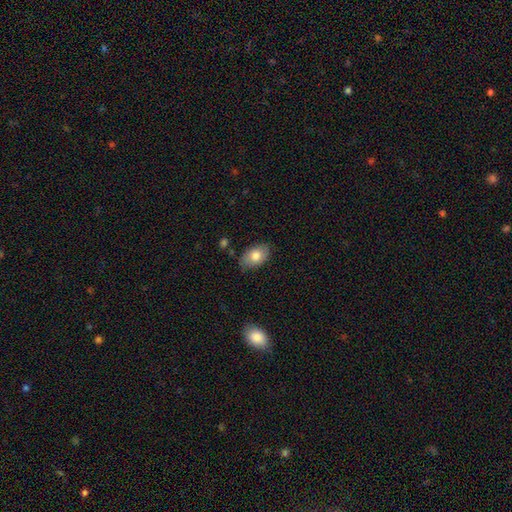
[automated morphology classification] type=smooth (79%); roundness=in between (89%); merging=none (79%).